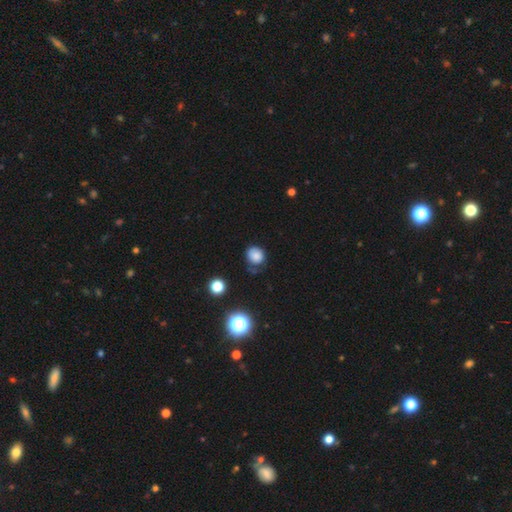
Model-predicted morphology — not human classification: Q: Smooth or featured?
A: smooth (81%); runner-up: star or artifact (12%)
Q: How rounded?
A: round (75%); runner-up: in between (24%)
Q: Merging?
A: none (62%); runner-up: minor disturbance (25%)